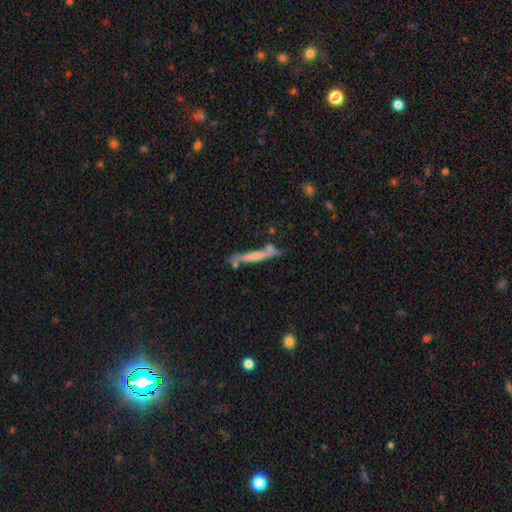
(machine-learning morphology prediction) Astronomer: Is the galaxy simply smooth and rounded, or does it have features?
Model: smooth — 49% (runner-up: featured or disk, 44%).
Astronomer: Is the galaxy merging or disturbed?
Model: none — 63%.